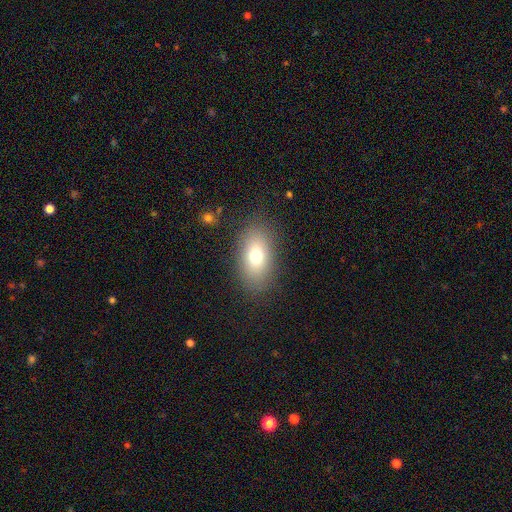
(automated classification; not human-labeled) smooth 73%, featured or disk 16%, star or artifact 11%. Down the decision tree: how rounded — in between (87%); merging — none (84%).